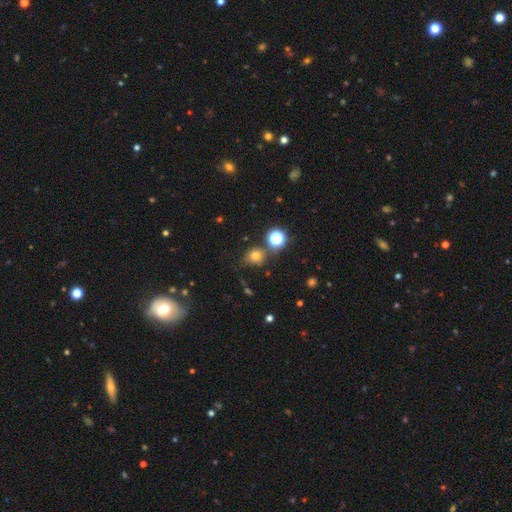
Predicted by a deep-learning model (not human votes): A smooth galaxy with no disk features (70%) that is round (73%).

Vote fractions:
- Smooth or featured? smooth: 70% / star or artifact: 21% / featured or disk: 9%
- How rounded? round: 73% / in between: 26% / cigar-shaped: 1%
- Merging? none: 66% / minor disturbance: 18% / merger: 9% / major disturbance: 7%